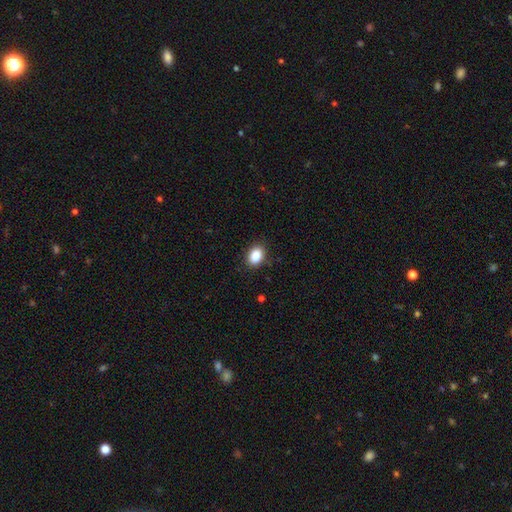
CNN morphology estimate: This appears to be a smooth galaxy with no disk features (88%) that is in between round and cigar-shaped (81%). Merging: none (86%).